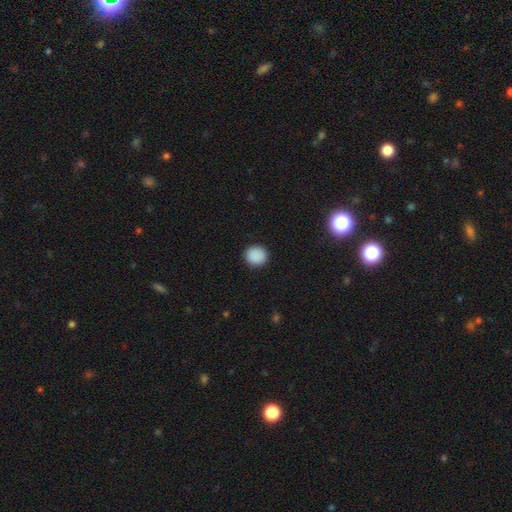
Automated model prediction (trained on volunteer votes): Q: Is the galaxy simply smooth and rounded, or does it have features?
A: smooth — 89%.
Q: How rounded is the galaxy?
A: round — 89%.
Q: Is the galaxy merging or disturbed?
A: none — 92%.